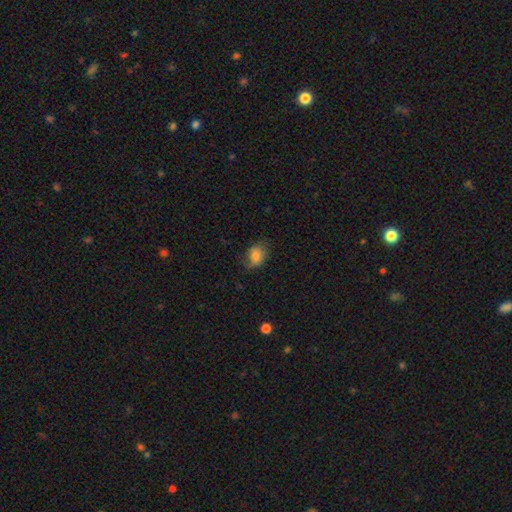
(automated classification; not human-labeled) Overall: smooth (76%). How rounded: in between (68%; round 31%). Merging: none (62%; minor disturbance 26%).